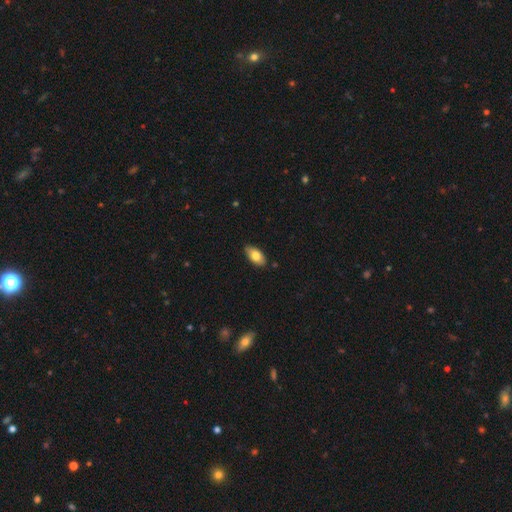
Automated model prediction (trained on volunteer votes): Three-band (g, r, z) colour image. It shows a smooth galaxy with no disk features (79%) that is in between round and cigar-shaped (93%). Merging: none (83%).